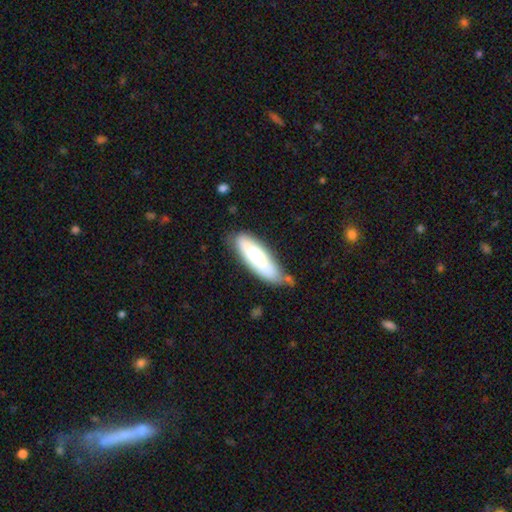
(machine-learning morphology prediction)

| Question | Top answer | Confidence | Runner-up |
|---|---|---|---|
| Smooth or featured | smooth | 73% | featured or disk (22%) |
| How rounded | cigar-shaped | 51% | in between (47%) |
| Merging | none | 66% | minor disturbance (24%) |